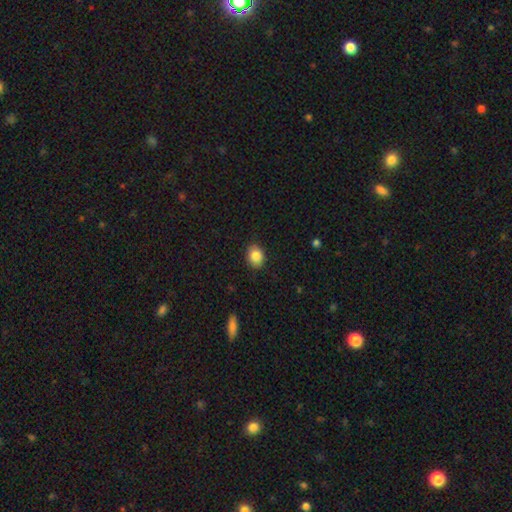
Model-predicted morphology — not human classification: A smooth galaxy with no disk features (85%) that is in between round and cigar-shaped (57%).

Vote fractions:
- Smooth or featured? smooth: 85% / star or artifact: 9% / featured or disk: 6%
- How rounded? in between: 57% / round: 42% / cigar-shaped: 1%
- Merging? none: 87% / minor disturbance: 10% / major disturbance: 2% / merger: 1%